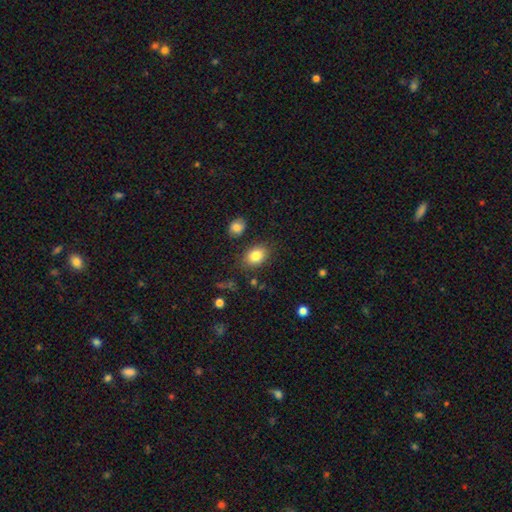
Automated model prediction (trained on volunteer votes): Smooth or featured? smooth (84%)
How rounded? in between (78%)
Merging? none (81%)